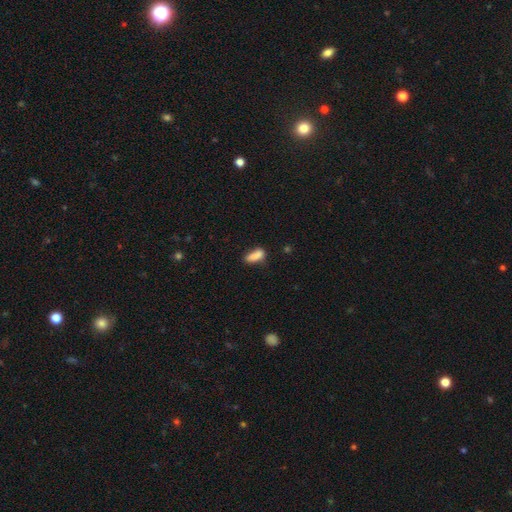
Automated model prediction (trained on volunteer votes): Overall: smooth (84%). How rounded: in between (70%). Merging: none (61%; minor disturbance 25%).